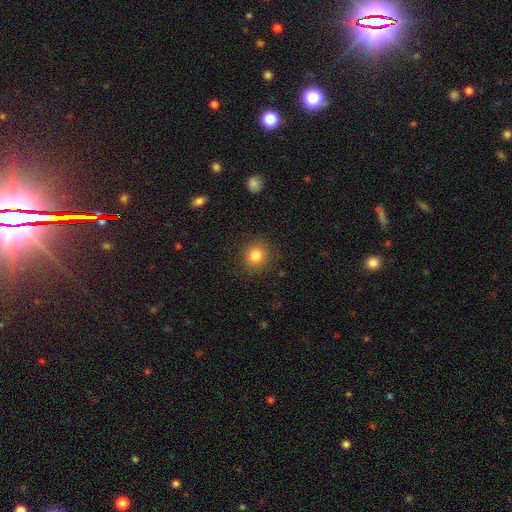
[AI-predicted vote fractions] This is clearly a smooth galaxy (82%). How rounded: clearly round (85%). Merging: clearly none (88%).